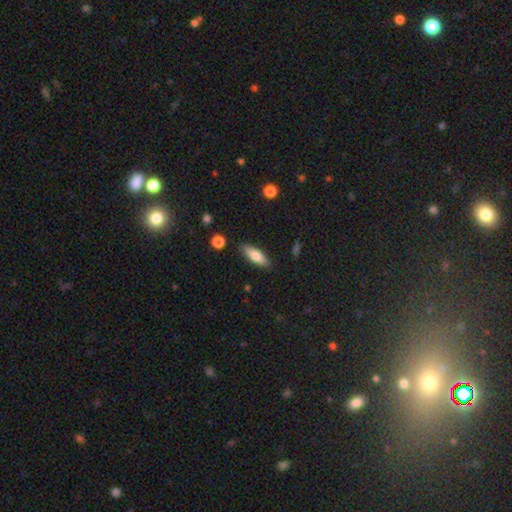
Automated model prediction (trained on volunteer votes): smooth 73%, featured or disk 21%, star or artifact 6%. Down the decision tree: how rounded — in between (52%); merging — none (85%).